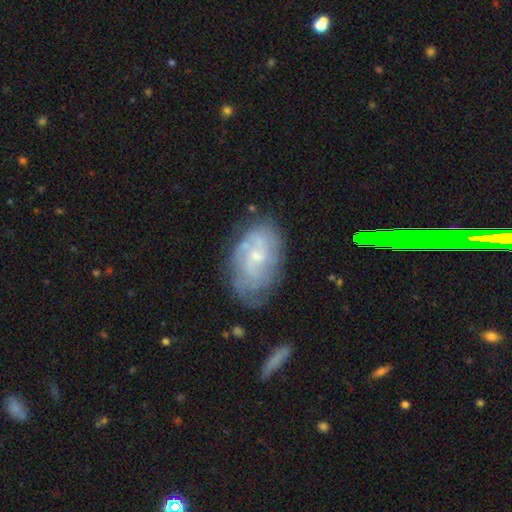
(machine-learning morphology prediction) This is likely a featured or disk galaxy (73%). It is clearly not viewed edge-on (96%). Bar: likely no (64%). Spiral arm pattern: clearly yes (87%). Spiral arm count: marginally can't tell (42%). Spiral winding: possibly tight (48%). Central bulge: likely small (67%). Merging: likely none (65%).